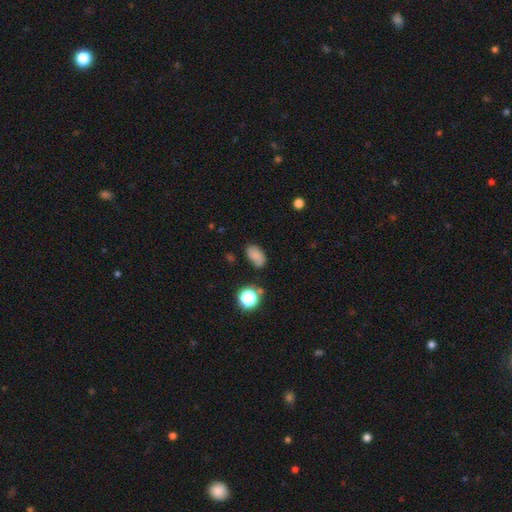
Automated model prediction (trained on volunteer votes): Smooth or featured? Predicted: smooth (p=0.75). How rounded? Predicted: in between (p=0.88). Merging? Predicted: none (p=0.71).